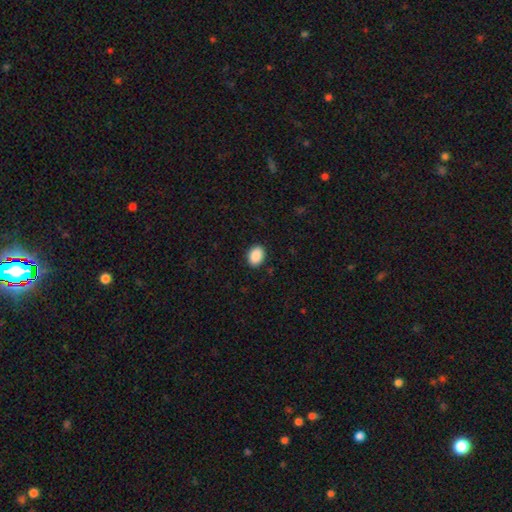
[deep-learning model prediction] Smooth or featured?
  - smooth: 90% *
  - star or artifact: 8%
  - featured or disk: 2%
How rounded?
  - in between: 69% *
  - round: 30%
  - cigar-shaped: 1%
Merging?
  - none: 90% *
  - minor disturbance: 7%
  - major disturbance: 2%
  - merger: 1%